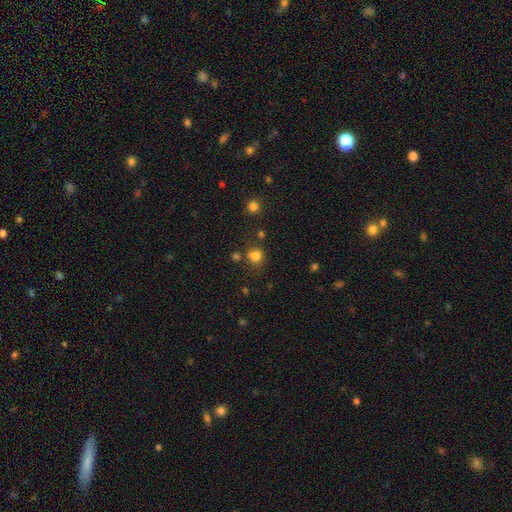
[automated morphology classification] A smooth galaxy with no disk features (76%) that is round (77%). Merging: none (57%).